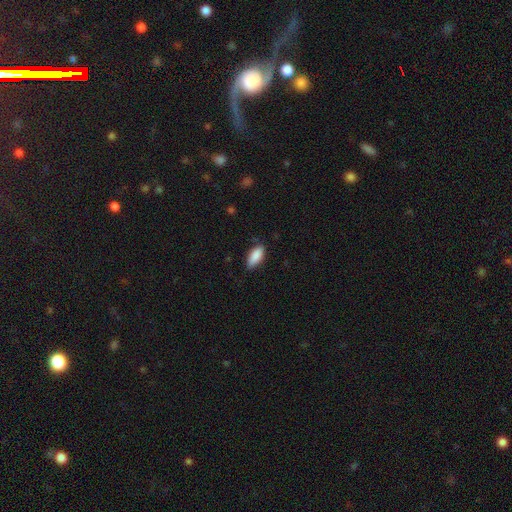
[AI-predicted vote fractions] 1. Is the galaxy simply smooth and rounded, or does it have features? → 87% smooth, 6% featured or disk, 6% star or artifact.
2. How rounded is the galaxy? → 87% in between, 11% cigar-shaped, 2% round.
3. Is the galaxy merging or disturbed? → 76% none, 20% minor disturbance, 3% major disturbance, 1% merger.